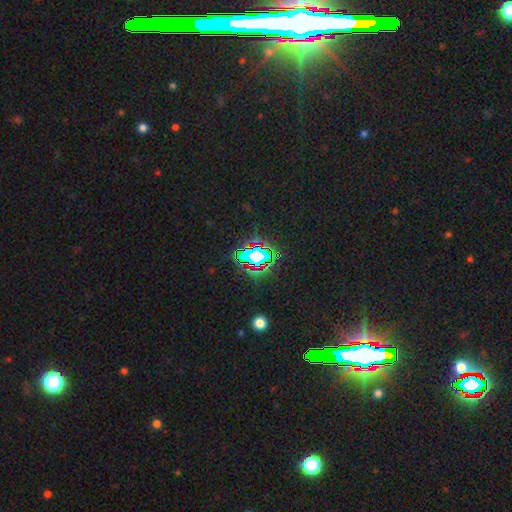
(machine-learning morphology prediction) type=star or artifact (74%).